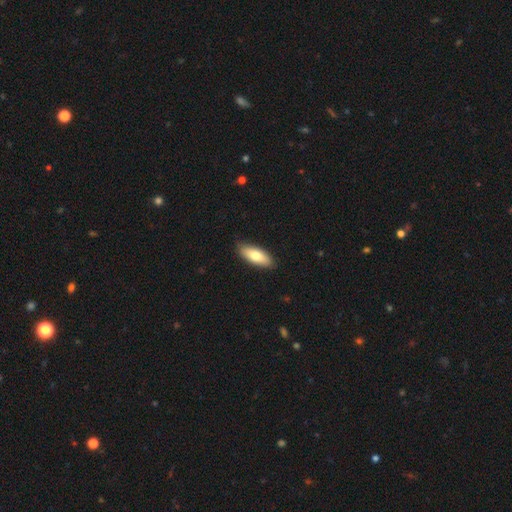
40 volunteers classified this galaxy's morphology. type=smooth (75%); roundness=in between (87%); merging=none (87%).